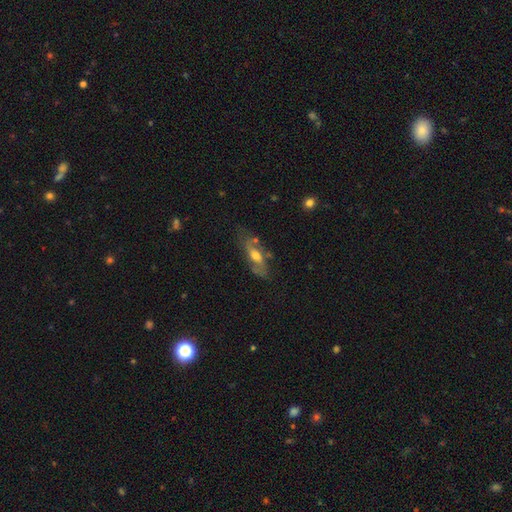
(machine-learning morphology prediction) smooth_or_featured: featured or disk (p=0.59) [alt: smooth p=0.34]
disk_edge_on: no (p=0.71) [alt: yes p=0.29]
merging: none (p=0.63) [alt: minor disturbance p=0.23]